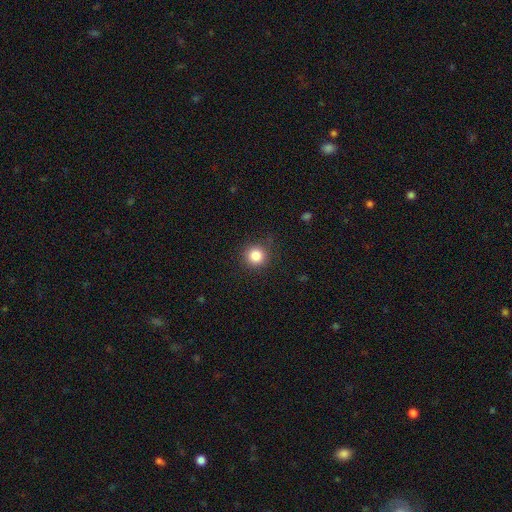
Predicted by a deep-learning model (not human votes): Smooth or featured?
  - smooth: 85% *
  - star or artifact: 11%
  - featured or disk: 4%
How rounded?
  - round: 94% *
  - in between: 5%
  - cigar-shaped: 1%
Merging?
  - none: 87% *
  - minor disturbance: 9%
  - major disturbance: 3%
  - merger: 1%